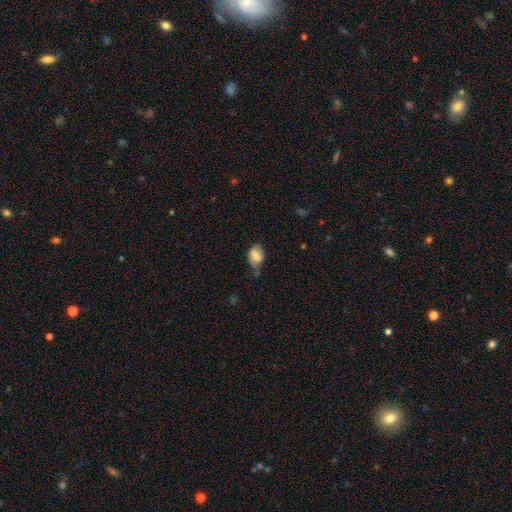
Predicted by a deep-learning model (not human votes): smooth 72%, featured or disk 20%, star or artifact 8%. Down the decision tree: how rounded — in between (83%); merging — none (45%).